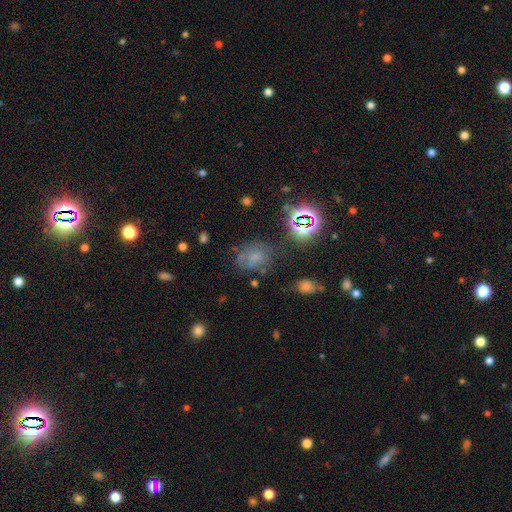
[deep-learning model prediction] This appears to be a smooth galaxy with no disk features (50%). Merging: none (59%).